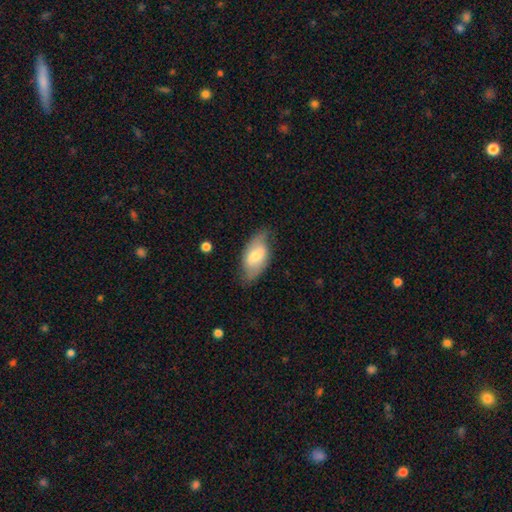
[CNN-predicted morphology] A smooth galaxy with no disk features (57%) that is in between round and cigar-shaped (92%).

Vote fractions:
- Smooth or featured? smooth: 57% / featured or disk: 37% / star or artifact: 6%
- How rounded? in between: 92% / round: 4% / cigar-shaped: 4%
- Merging? none: 68% / minor disturbance: 24% / major disturbance: 6% / merger: 1%